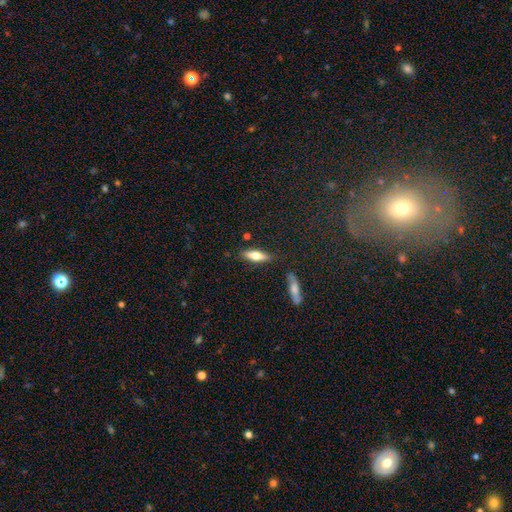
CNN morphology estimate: smooth 63%, featured or disk 30%, star or artifact 7%. Down the decision tree: how rounded — cigar-shaped (54%); merging — none (82%).